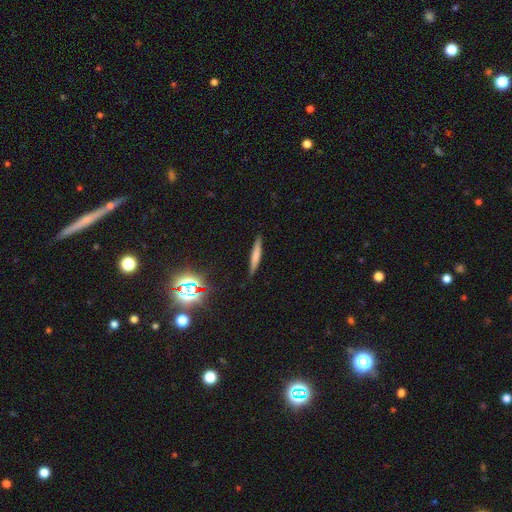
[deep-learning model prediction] The model was most divided on "smooth or featured": smooth: 63%, featured or disk: 26%, star or artifact: 12%. More confident: how rounded — cigar-shaped (91%); merging — none (85%).